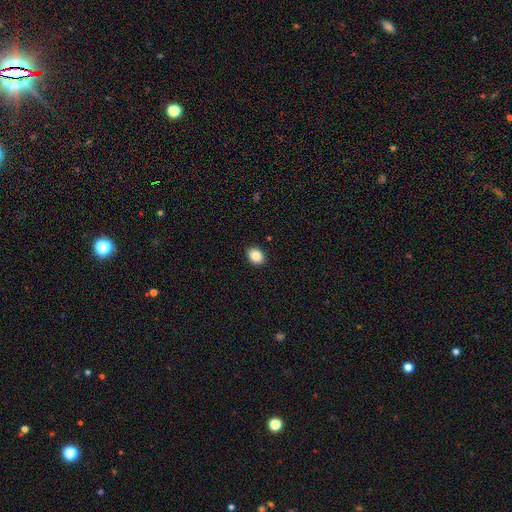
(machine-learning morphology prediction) Overall: smooth (87%). How rounded: in between (64%; round 35%). Merging: none (90%).